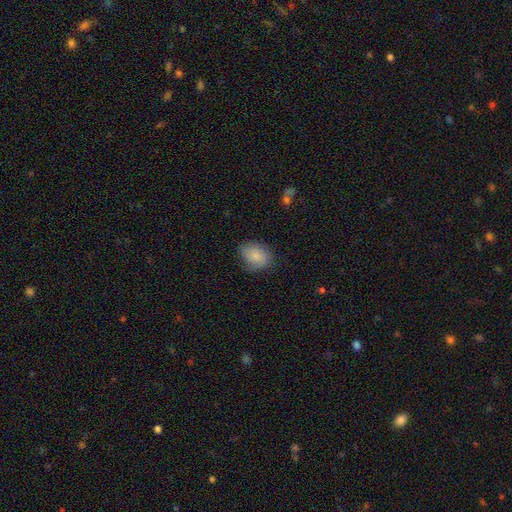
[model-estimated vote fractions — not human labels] smooth 83%, featured or disk 10%, star or artifact 7%. Down the decision tree: how rounded — in between (68%); merging — none (68%).